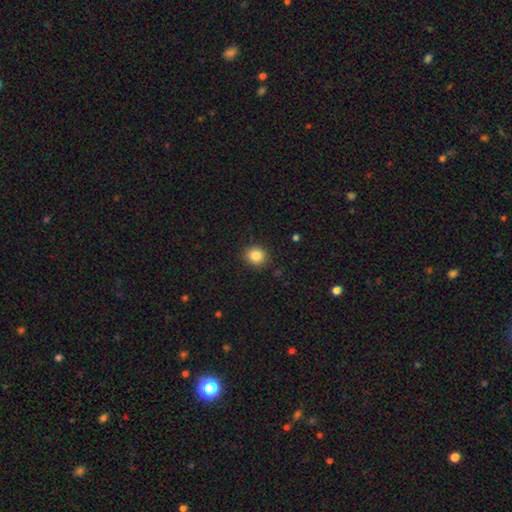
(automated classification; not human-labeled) Smooth or featured?
  - smooth: 85% *
  - star or artifact: 10%
  - featured or disk: 5%
How rounded?
  - round: 87% *
  - in between: 12%
  - cigar-shaped: 1%
Merging?
  - none: 90% *
  - minor disturbance: 7%
  - major disturbance: 2%
  - merger: 1%